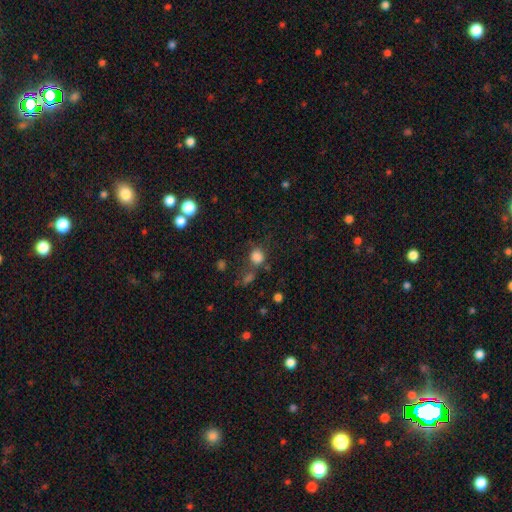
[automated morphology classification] smooth 80%, star or artifact 14%, featured or disk 6%. Down the decision tree: how rounded — round (76%); merging — none (61%).